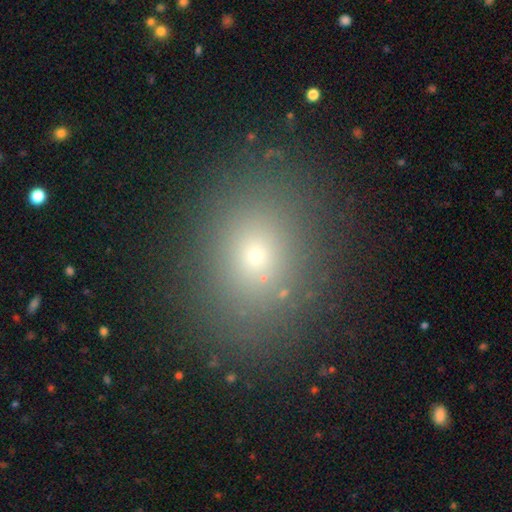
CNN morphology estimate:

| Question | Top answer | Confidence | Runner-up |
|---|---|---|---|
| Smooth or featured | smooth | 64% | star or artifact (22%) |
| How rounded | in between | 58% | round (41%) |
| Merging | none | 83% | minor disturbance (10%) |